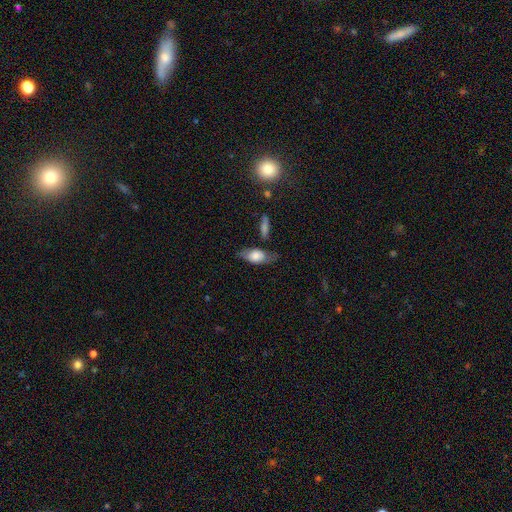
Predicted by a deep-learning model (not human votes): smooth_or_featured: smooth (p=0.64) [alt: featured or disk p=0.28]
how_rounded: in between (p=0.84) [alt: cigar-shaped p=0.10]
merging: none (p=0.60) [alt: minor disturbance p=0.25]